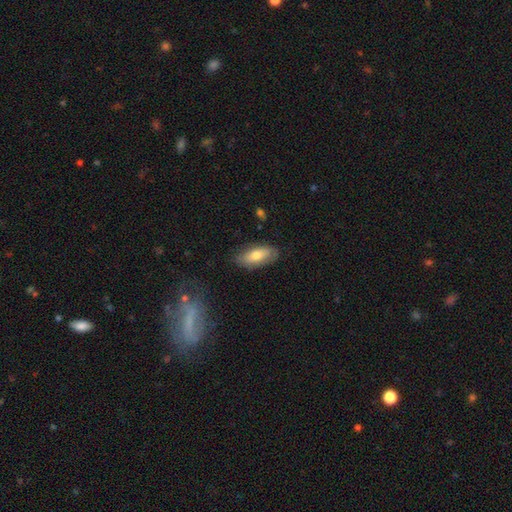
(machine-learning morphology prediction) This appears to be a smooth galaxy with no disk features (69%) that is in between round and cigar-shaped (84%). Merging: none (81%).